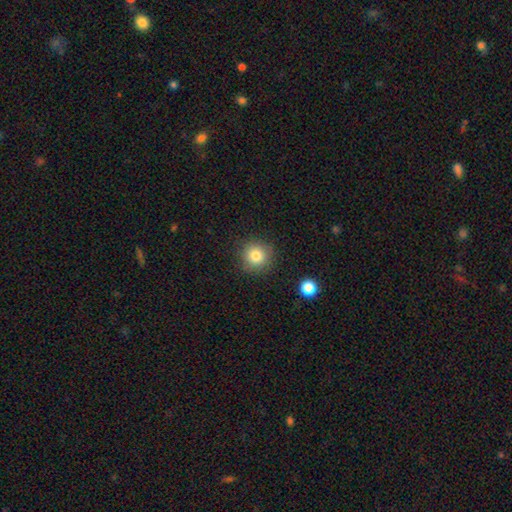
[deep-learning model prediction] smooth 81%, star or artifact 11%, featured or disk 7%. Down the decision tree: how rounded — round (94%); merging — none (87%).